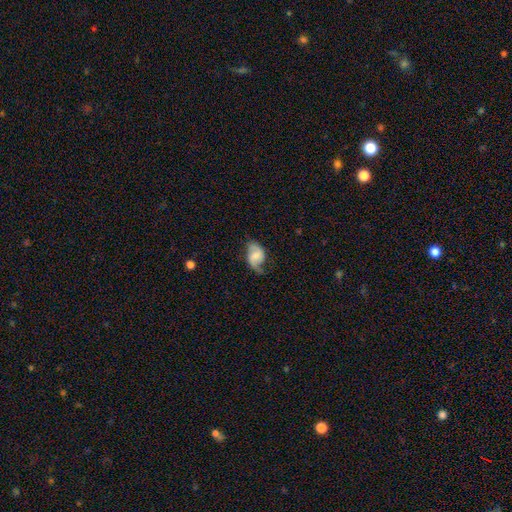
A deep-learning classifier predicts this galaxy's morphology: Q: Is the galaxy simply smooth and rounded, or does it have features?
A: featured or disk — 55%.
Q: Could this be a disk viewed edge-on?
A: no — 96%.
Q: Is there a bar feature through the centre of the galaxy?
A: no — 56%.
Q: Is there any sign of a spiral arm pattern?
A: yes — 88%.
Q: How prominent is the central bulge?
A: small — 41%.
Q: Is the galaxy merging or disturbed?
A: none — 54%.